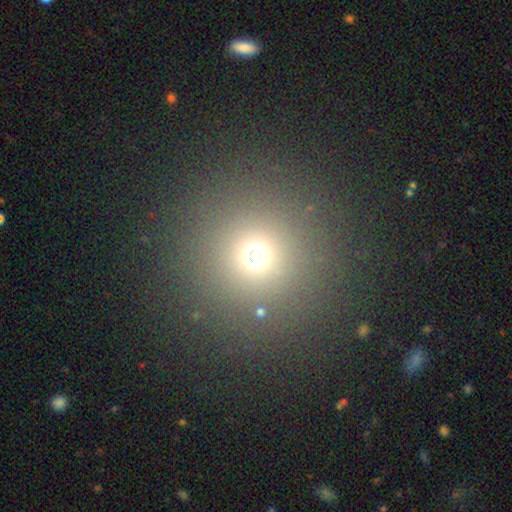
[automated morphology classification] smooth-or-featured: smooth: 67% | star or artifact: 24% | featured or disk: 9%
  how-rounded: round: 95% | in between: 4% | cigar-shaped: 1%
  merging: none: 89% | minor disturbance: 6% | major disturbance: 4% | merger: 2%